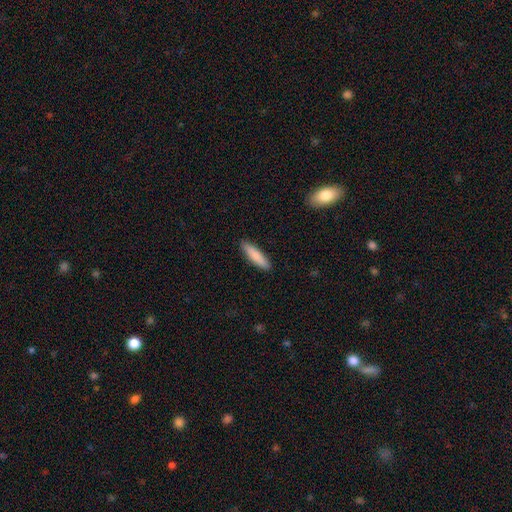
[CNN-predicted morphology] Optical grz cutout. It shows a smooth galaxy with no disk features (84%) that is cigar-shaped (76%). Merging: none (90%).